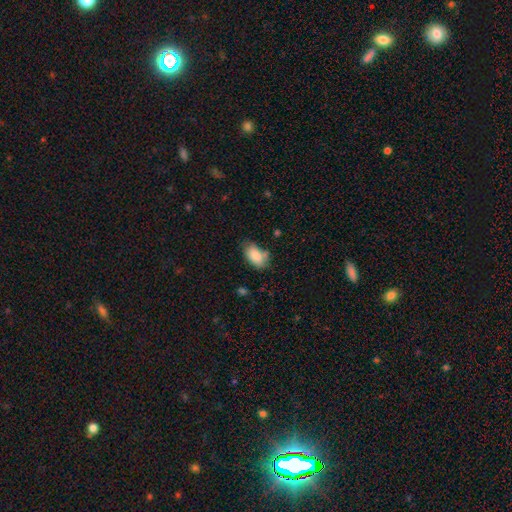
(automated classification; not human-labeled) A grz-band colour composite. It shows a smooth galaxy with no disk features (86%) that is in between round and cigar-shaped (93%). Merging: none (62%).